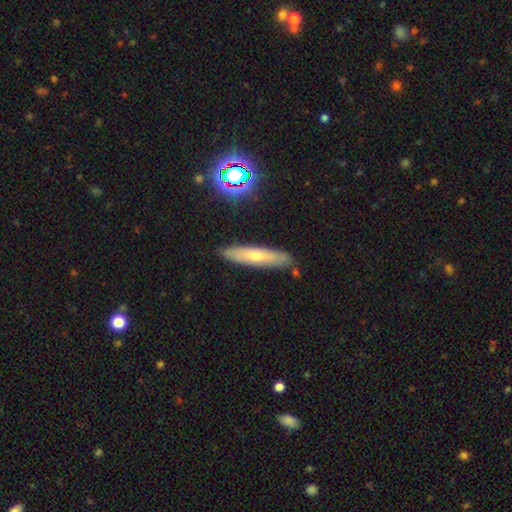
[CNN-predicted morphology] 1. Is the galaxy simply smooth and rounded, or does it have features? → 49% smooth, 42% featured or disk, 9% star or artifact.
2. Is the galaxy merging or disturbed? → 84% none, 11% minor disturbance, 2% merger, 2% major disturbance.